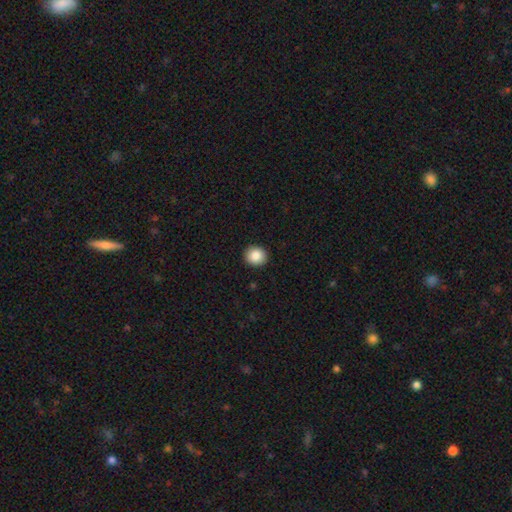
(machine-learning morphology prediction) This appears to be a smooth galaxy with no disk features (88%) that is round (87%). Merging: none (92%).